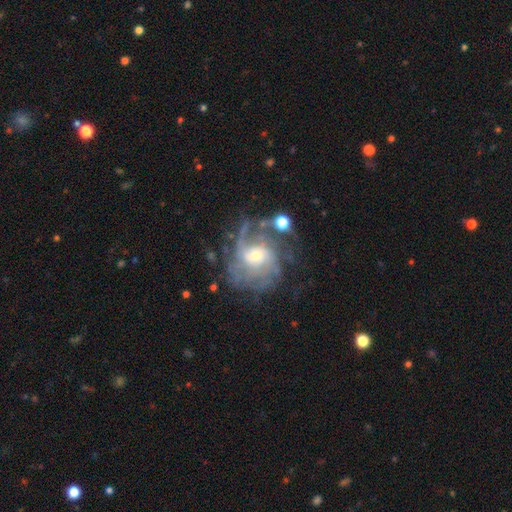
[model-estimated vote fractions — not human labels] Morphology: type=featured or disk (82%); edge-on=no (98%); bar=no (65%); spiral arms=yes (89%); winding=medium (39%); arm count=can't tell (39%); bulge=small (56%); merging=none (50%).